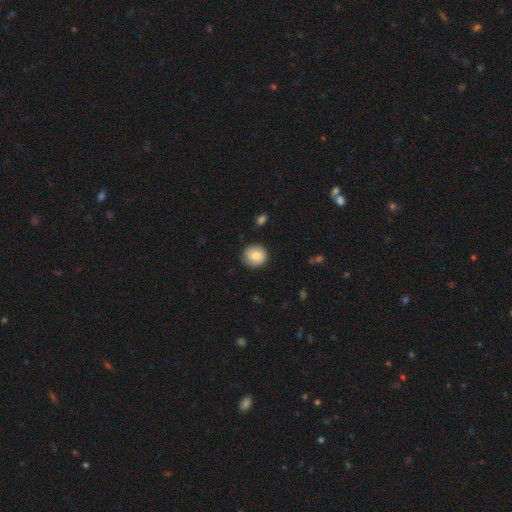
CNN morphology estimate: Overall: smooth (73%). How rounded: round (89%). Merging: none (81%).